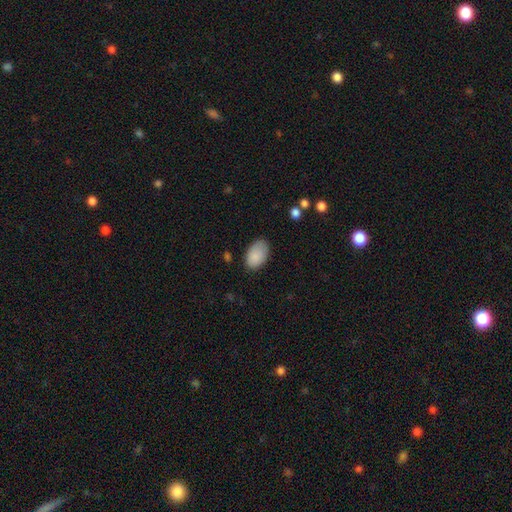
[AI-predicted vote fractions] This appears to be a smooth galaxy with no disk features (89%) that is in between round and cigar-shaped (92%). Merging: none (77%).